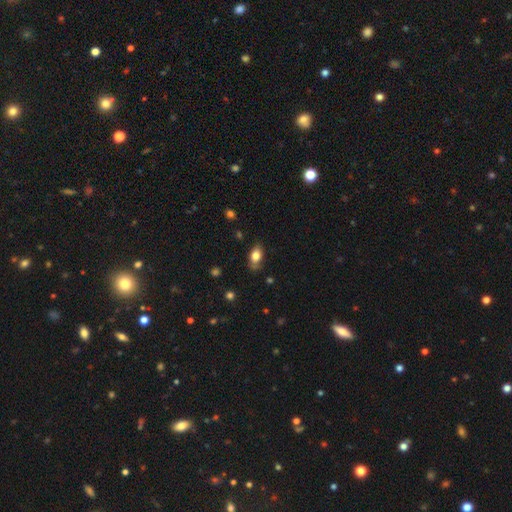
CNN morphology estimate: A smooth galaxy with no disk features (78%) that is in between round and cigar-shaped (86%).

Vote fractions:
- Smooth or featured? smooth: 78% / featured or disk: 14% / star or artifact: 8%
- How rounded? in between: 86% / round: 10% / cigar-shaped: 4%
- Merging? none: 72% / minor disturbance: 21% / major disturbance: 5% / merger: 2%